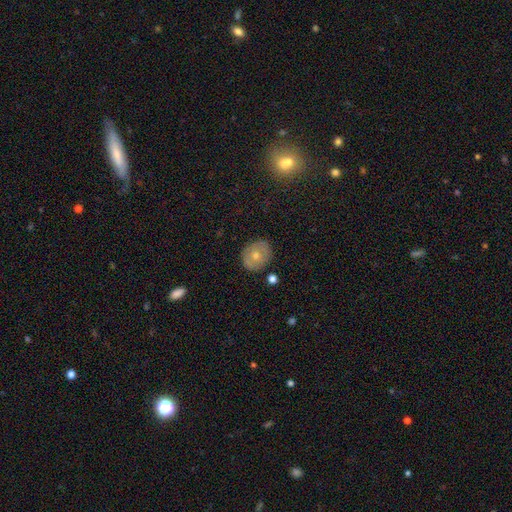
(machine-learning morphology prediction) This is likely a smooth galaxy (61%). How rounded: likely round (69%). Merging: clearly none (83%).